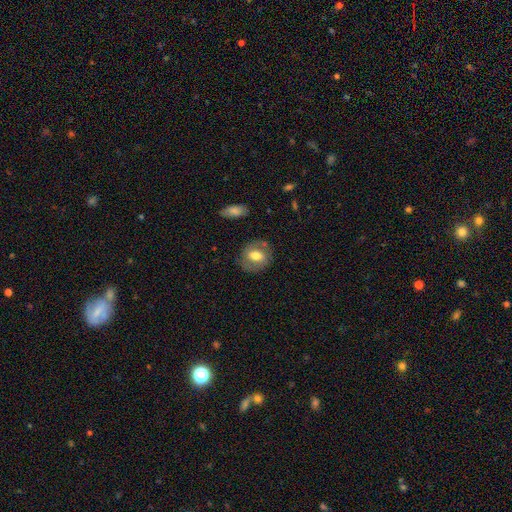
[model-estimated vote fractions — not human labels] Smooth or featured: smooth — 61% (featured or disk — 32%)
How rounded: round — 64% (in between — 35%)
Merging: none — 78% (minor disturbance — 15%)